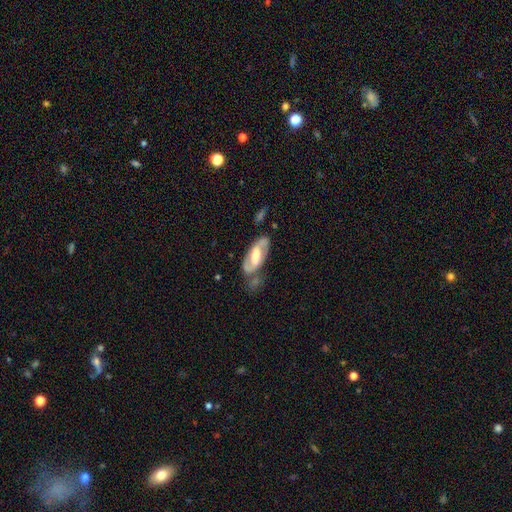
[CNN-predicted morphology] This is likely a featured or disk galaxy (71%). It is clearly not viewed edge-on (89%). Bar: possibly strong (46%). Spiral arm pattern: likely yes (77%). Central bulge: possibly moderate (50%). Merging: likely none (64%).